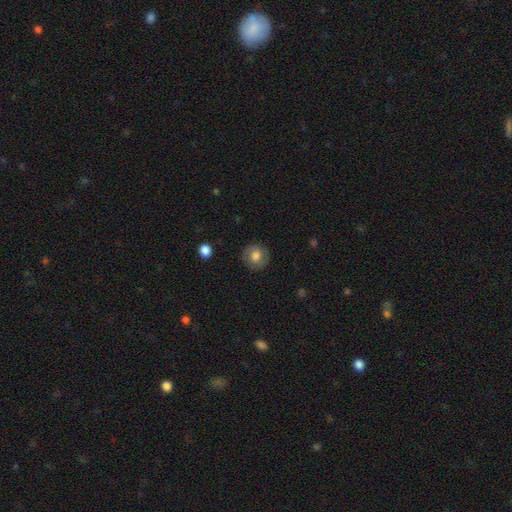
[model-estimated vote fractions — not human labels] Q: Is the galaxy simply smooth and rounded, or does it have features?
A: smooth — 75%.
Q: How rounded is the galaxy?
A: round — 87%.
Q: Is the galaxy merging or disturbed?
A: none — 86%.